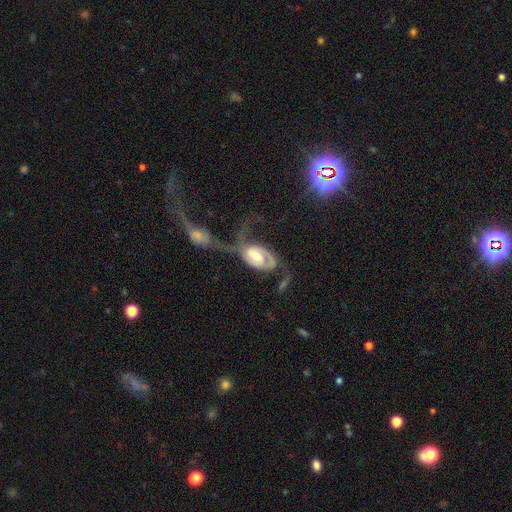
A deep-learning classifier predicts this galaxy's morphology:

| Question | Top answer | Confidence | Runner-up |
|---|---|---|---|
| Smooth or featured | featured or disk | 80% | smooth (15%) |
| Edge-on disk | no | 96% | yes (4%) |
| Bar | no | 45% | weak (40%) |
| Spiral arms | yes | 89% | no (11%) |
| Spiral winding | medium | 35% | tight (34%) |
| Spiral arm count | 2 | 63% | 1 (18%) |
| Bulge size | moderate | 63% | small (18%) |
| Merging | merger | 41% | major disturbance (37%) |